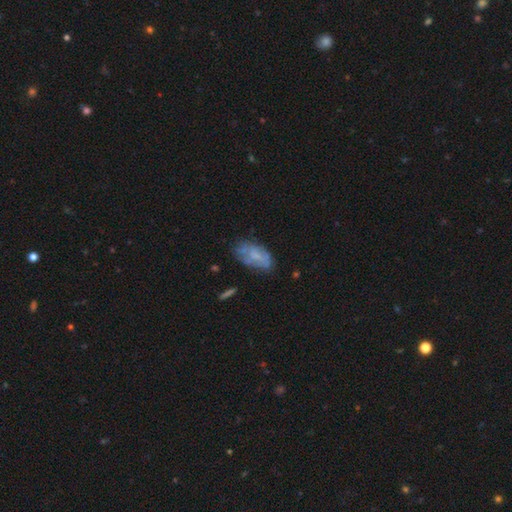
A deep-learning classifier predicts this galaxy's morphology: A smooth galaxy with no disk features (49%). Merging: none (60%).